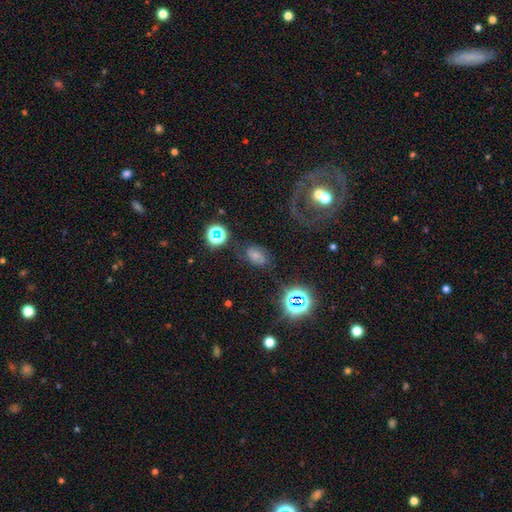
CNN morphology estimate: Smooth or featured: smooth — 41% (featured or disk — 35%)
Merging: none — 57% (minor disturbance — 22%)